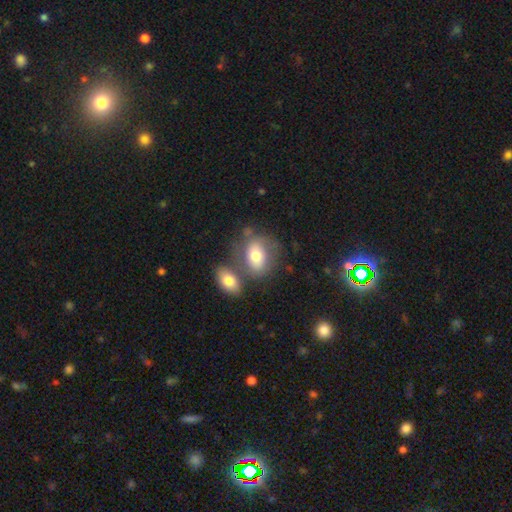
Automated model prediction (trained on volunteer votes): smooth 69%, featured or disk 23%, star or artifact 8%. Down the decision tree: how rounded — in between (65%); merging — none (44%).